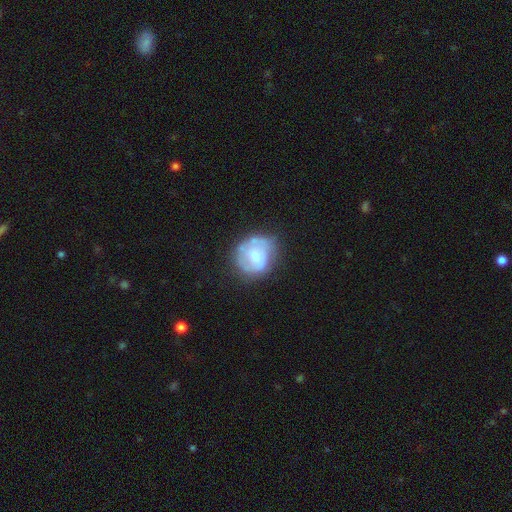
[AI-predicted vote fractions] Overall: smooth (47%; featured or disk 46%). Merging: none (55%; minor disturbance 28%).